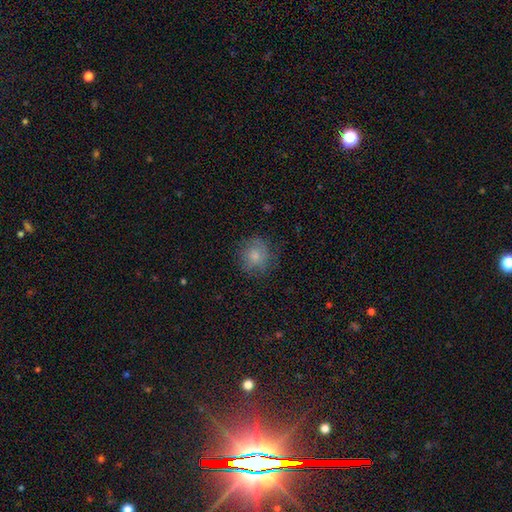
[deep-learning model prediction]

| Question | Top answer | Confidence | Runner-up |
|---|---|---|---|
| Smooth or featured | smooth | 75% | featured or disk (15%) |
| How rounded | round | 87% | in between (12%) |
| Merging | none | 74% | minor disturbance (18%) |